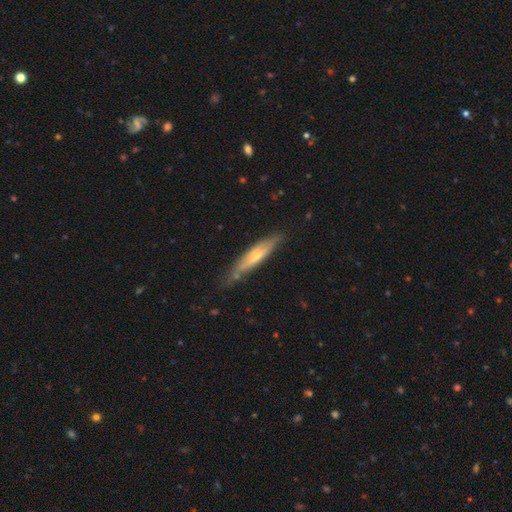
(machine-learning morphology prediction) A featured or disk galaxy (50%).

Vote fractions:
- Smooth or featured? featured or disk: 50% / smooth: 44% / star or artifact: 6%
- Merging? none: 74% / minor disturbance: 20% / major disturbance: 4% / merger: 3%